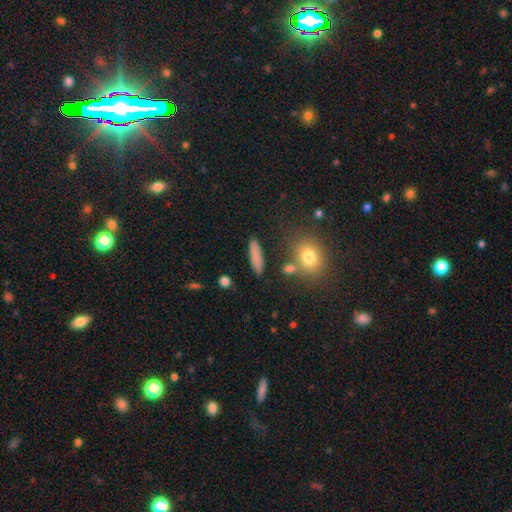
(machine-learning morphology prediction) Overall: smooth (81%). How rounded: cigar-shaped (75%). Merging: none (84%).